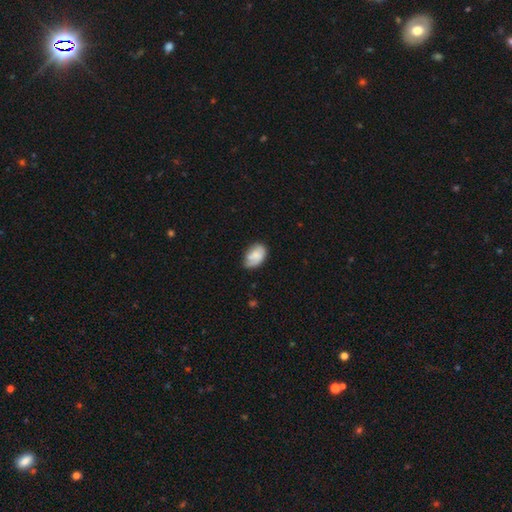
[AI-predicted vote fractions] The model was most divided on "merging": none: 56%, minor disturbance: 32%, major disturbance: 10%, merger: 3%. More confident: how rounded — in between (89%); smooth or featured — smooth (68%).